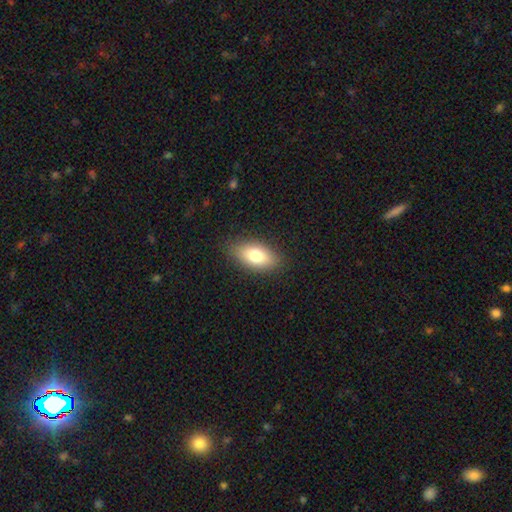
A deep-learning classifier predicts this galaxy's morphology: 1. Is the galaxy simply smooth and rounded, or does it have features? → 77% smooth, 15% featured or disk, 8% star or artifact.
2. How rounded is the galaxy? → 89% in between, 6% cigar-shaped, 5% round.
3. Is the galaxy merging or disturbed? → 86% none, 10% minor disturbance, 3% major disturbance, 1% merger.